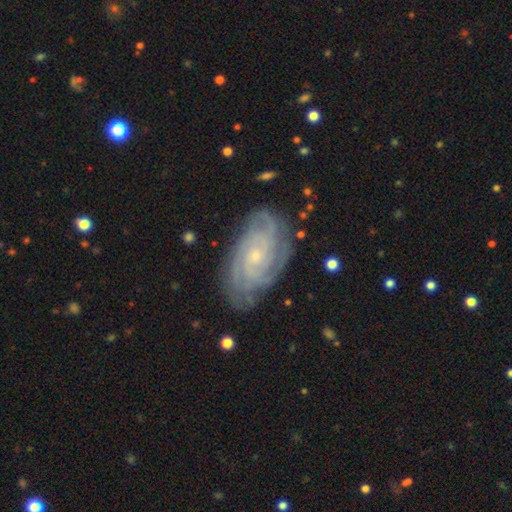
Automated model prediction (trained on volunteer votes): A featured or disk galaxy (85%) with no bar (72%), tight (74%) spiral arms (97%) and a small central bulge (75%). Merging: none (79%).